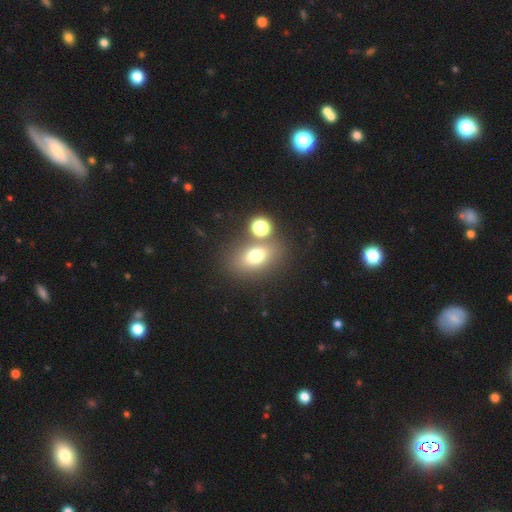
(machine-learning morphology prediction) smooth 71%, featured or disk 15%, star or artifact 14%. Down the decision tree: how rounded — in between (70%); merging — none (64%).